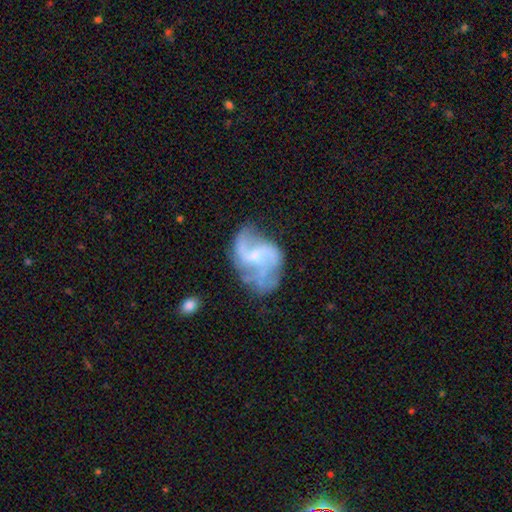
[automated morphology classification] featured or disk 79%, smooth 13%, star or artifact 7%. Down the decision tree: edge-on disk — no (98%); bar — no (48%); spiral arms — yes (89%); spiral arm count — 2 (46%); spiral winding — loose (49%); bulge size — small (42%); merging — none (46%).